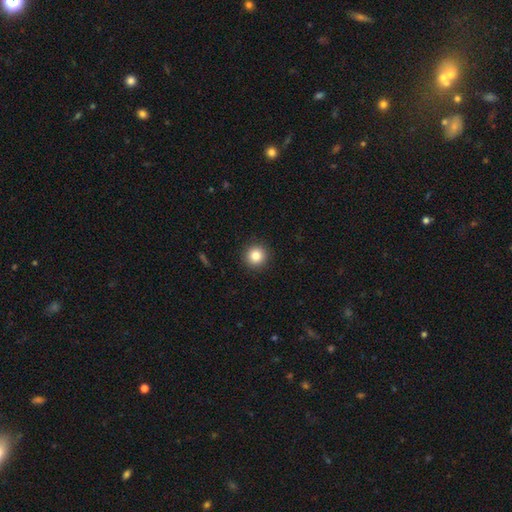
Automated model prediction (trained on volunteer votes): Q: Smooth or featured?
A: smooth (83%); runner-up: star or artifact (10%)
Q: How rounded?
A: round (95%); runner-up: in between (4%)
Q: Merging?
A: none (93%); runner-up: minor disturbance (5%)